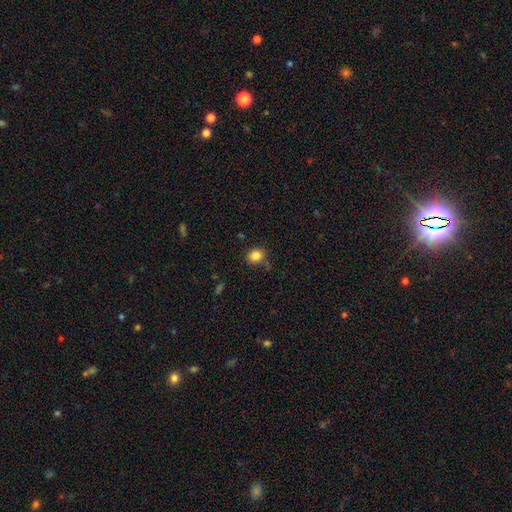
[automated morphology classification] Q: Smooth or featured?
A: smooth (85%); runner-up: star or artifact (11%)
Q: How rounded?
A: round (68%); runner-up: in between (31%)
Q: Merging?
A: none (80%); runner-up: minor disturbance (12%)